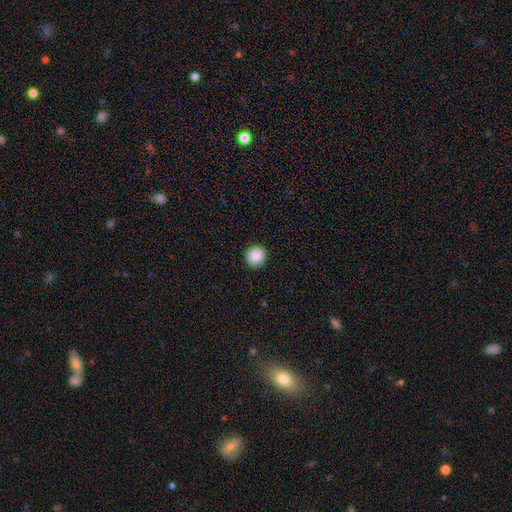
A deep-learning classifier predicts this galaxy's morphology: Smooth or featured? smooth (87%)
How rounded? round (93%)
Merging? none (93%)